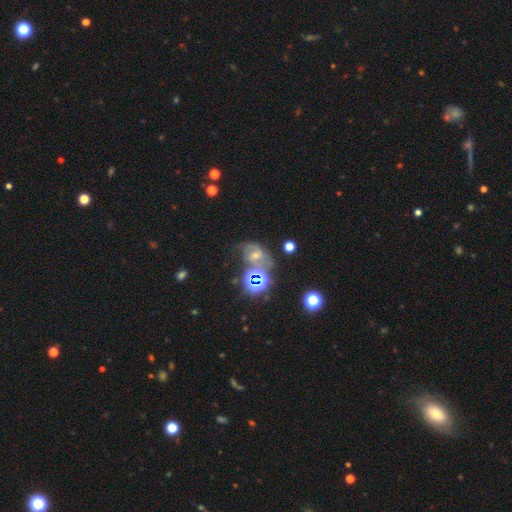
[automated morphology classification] Q: Smooth or featured?
A: star or artifact (44%); runner-up: featured or disk (36%)